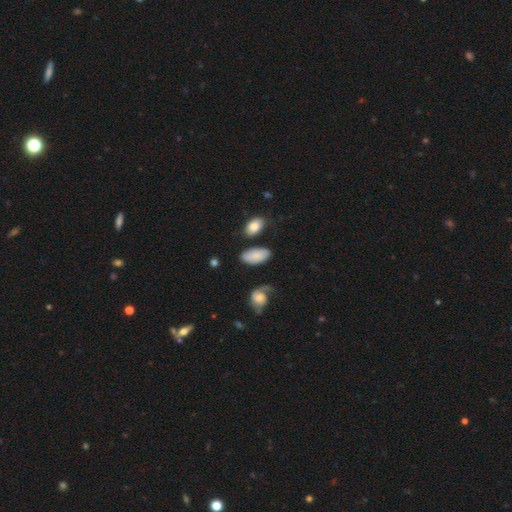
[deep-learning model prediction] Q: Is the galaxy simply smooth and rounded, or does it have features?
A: smooth — 79%.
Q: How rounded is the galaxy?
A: in between — 93%.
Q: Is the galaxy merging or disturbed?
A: none — 65%.